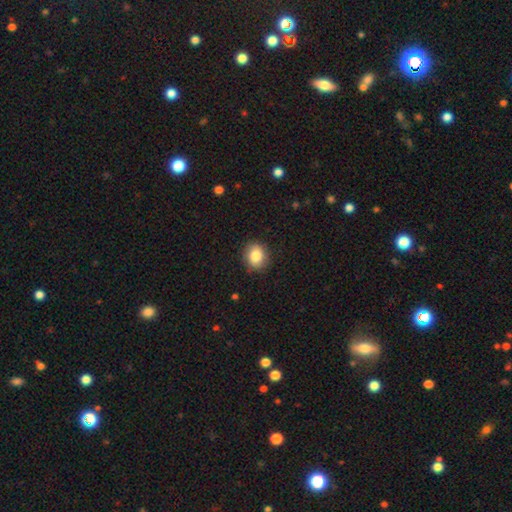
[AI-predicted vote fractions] This appears to be a smooth galaxy with no disk features (84%) that is round (62%). Merging: none (86%).